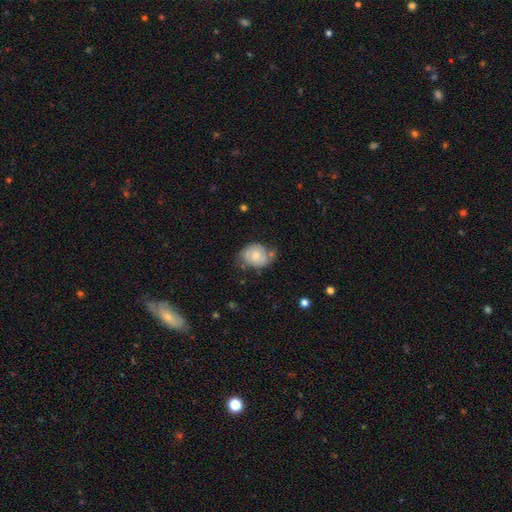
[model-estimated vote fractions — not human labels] smooth_or_featured: smooth (p=0.57) [alt: featured or disk p=0.35]
how_rounded: in between (p=0.50) [alt: round p=0.49]
merging: none (p=0.52) [alt: minor disturbance p=0.31]